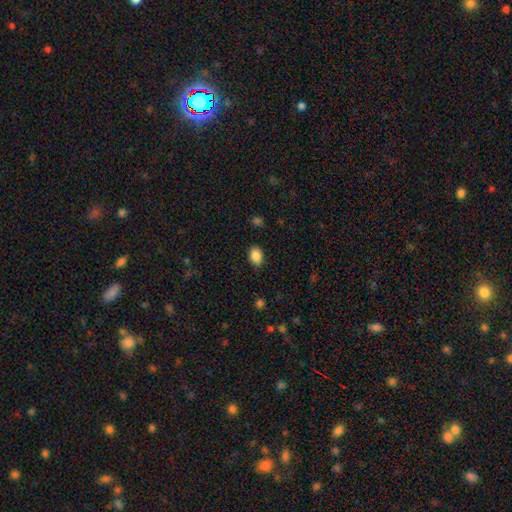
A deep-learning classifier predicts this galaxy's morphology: smooth_or_featured: smooth (p=0.88) [alt: star or artifact p=0.09]
how_rounded: in between (p=0.73) [alt: round p=0.26]
merging: none (p=0.82) [alt: minor disturbance p=0.14]